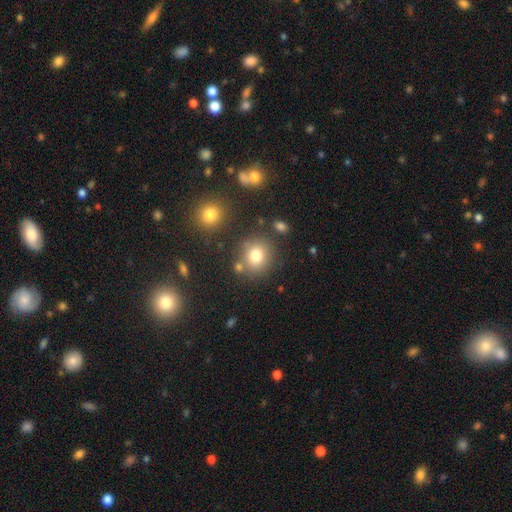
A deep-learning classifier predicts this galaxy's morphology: smooth-or-featured: smooth: 78% | star or artifact: 13% | featured or disk: 9%
  how-rounded: round: 82% | in between: 17% | cigar-shaped: 1%
  merging: none: 74% | minor disturbance: 11% | merger: 10% | major disturbance: 4%